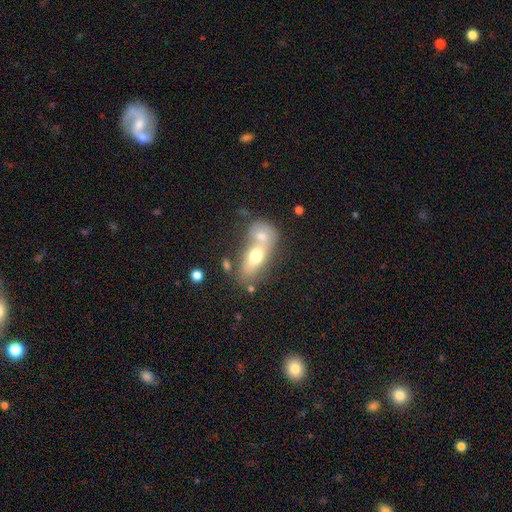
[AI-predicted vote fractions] Smooth or featured: smooth — 62% (featured or disk — 31%)
How rounded: in between — 73% (cigar-shaped — 15%)
Merging: merger — 60% (none — 26%)